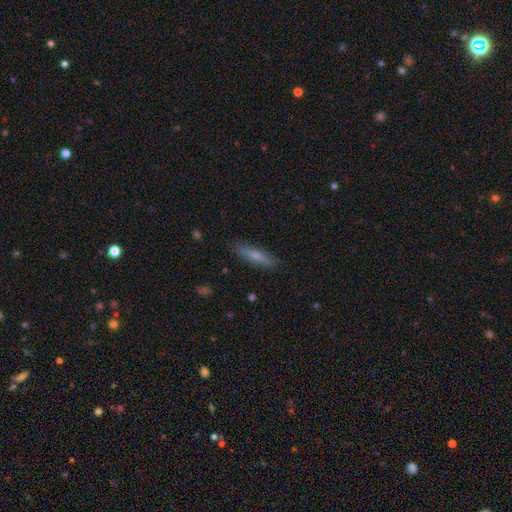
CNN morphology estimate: Q: Smooth or featured?
A: smooth (63%); runner-up: featured or disk (30%)
Q: How rounded?
A: cigar-shaped (82%); runner-up: in between (16%)
Q: Merging?
A: none (86%); runner-up: minor disturbance (11%)